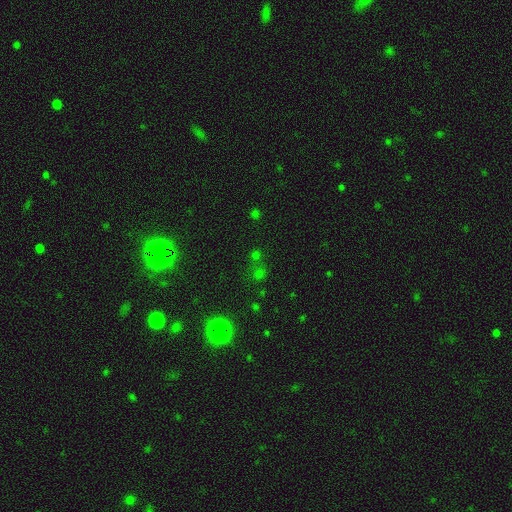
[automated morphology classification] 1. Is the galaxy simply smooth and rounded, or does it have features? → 51% star or artifact, 42% smooth, 8% featured or disk.